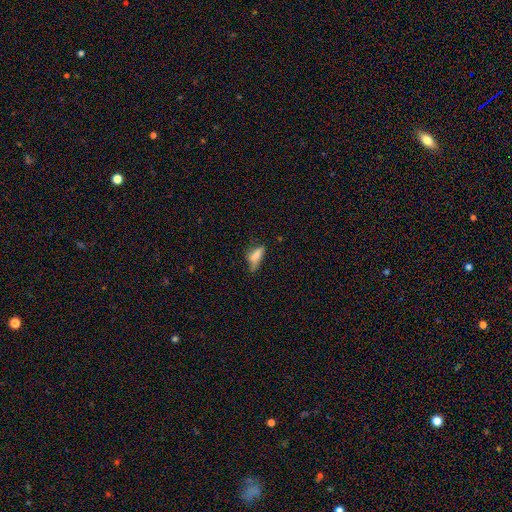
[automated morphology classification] The model was most divided on "merging": minor disturbance: 35%, none: 34%, major disturbance: 24%, merger: 8%. More confident: smooth or featured — smooth (72%); how rounded — in between (71%).